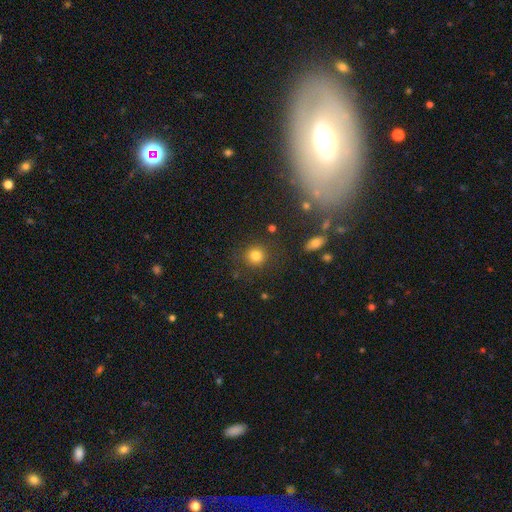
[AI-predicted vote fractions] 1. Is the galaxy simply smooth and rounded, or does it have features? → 80% smooth, 13% star or artifact, 7% featured or disk.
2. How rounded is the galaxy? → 90% round, 9% in between, 1% cigar-shaped.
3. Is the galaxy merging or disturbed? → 84% none, 9% minor disturbance, 4% major disturbance, 3% merger.